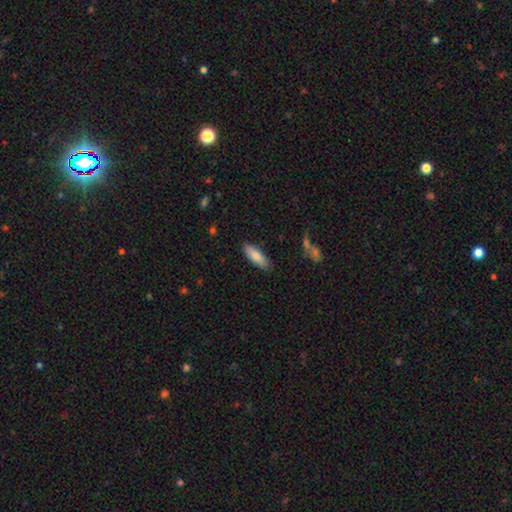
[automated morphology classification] Smooth or featured? Predicted: smooth (p=0.84). How rounded? Predicted: in between (p=0.57). Merging? Predicted: none (p=0.86).